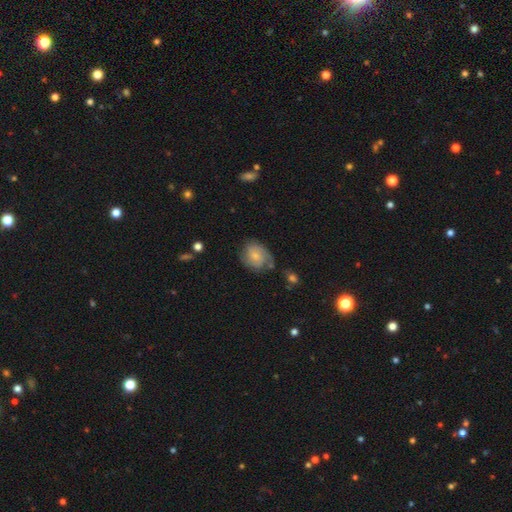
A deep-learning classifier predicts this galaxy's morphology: The model was most divided on "how rounded": round: 52%, in between: 47%, cigar-shaped: 1%. More confident: merging — none (54%); smooth or featured — smooth (53%).